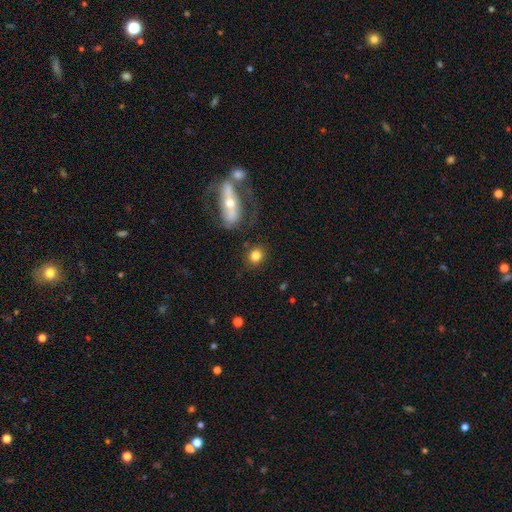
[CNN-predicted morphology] This appears to be a smooth galaxy with no disk features (79%) that is round (74%). Merging: none (81%).